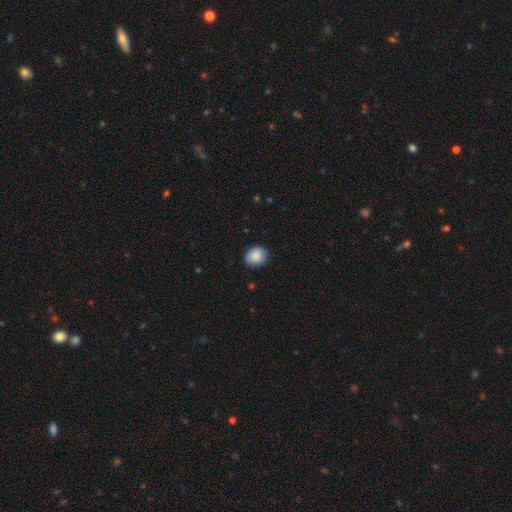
smooth_or_featured: smooth (p=0.82) [alt: featured or disk p=0.10]
how_rounded: in between (p=0.59) [alt: round p=0.41]
merging: none (p=1.00)